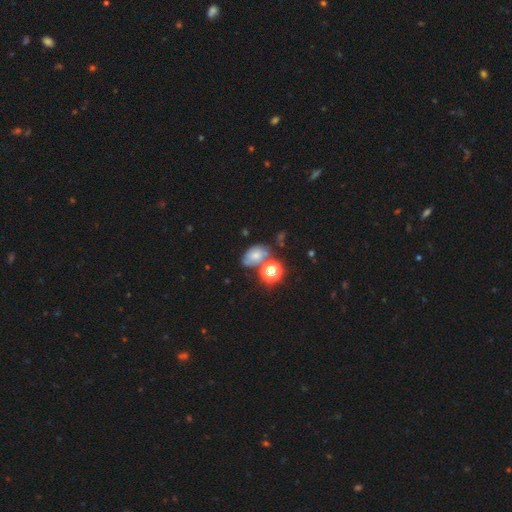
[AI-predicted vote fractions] A smooth galaxy with no disk features (59%) that is in between round and cigar-shaped (75%).

Vote fractions:
- Smooth or featured? smooth: 59% / featured or disk: 21% / star or artifact: 20%
- How rounded? in between: 75% / round: 23% / cigar-shaped: 1%
- Merging? none: 51% / merger: 21% / minor disturbance: 20% / major disturbance: 8%